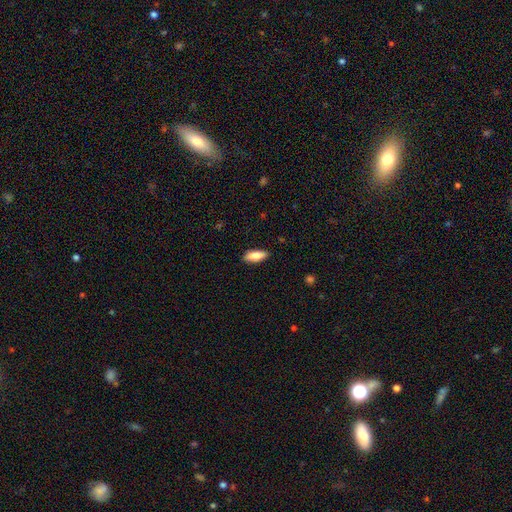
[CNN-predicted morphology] Smooth or featured?
  - smooth: 80% *
  - featured or disk: 14%
  - star or artifact: 6%
How rounded?
  - in between: 73% *
  - cigar-shaped: 25%
  - round: 2%
Merging?
  - none: 87% *
  - minor disturbance: 10%
  - major disturbance: 2%
  - merger: 1%